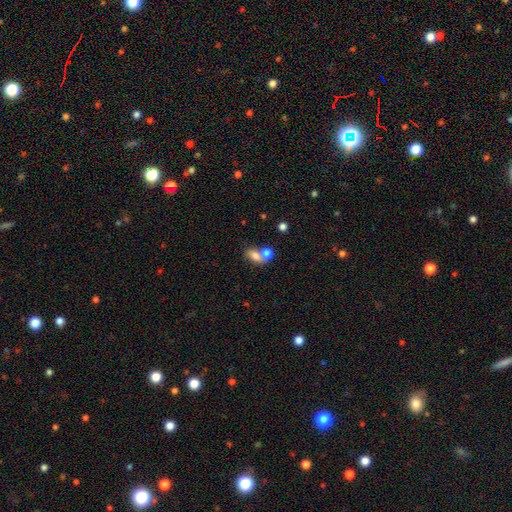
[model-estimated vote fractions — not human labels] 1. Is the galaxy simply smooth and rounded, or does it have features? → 75% smooth, 14% featured or disk, 11% star or artifact.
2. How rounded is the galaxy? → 77% in between, 20% round, 2% cigar-shaped.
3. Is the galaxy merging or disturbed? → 52% merger, 33% none, 10% minor disturbance, 5% major disturbance.